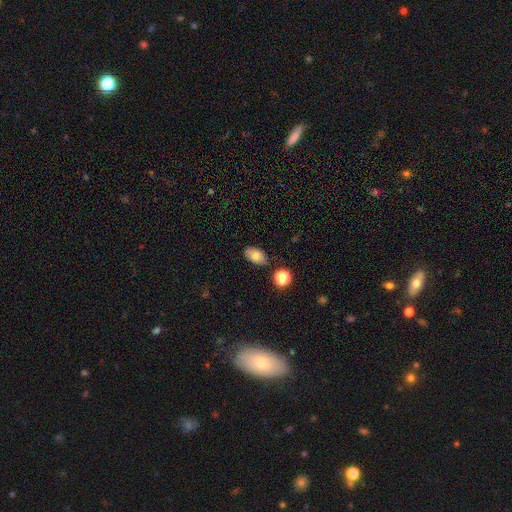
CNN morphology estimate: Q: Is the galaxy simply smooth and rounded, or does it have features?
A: smooth — 76%.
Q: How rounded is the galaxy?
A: in between — 89%.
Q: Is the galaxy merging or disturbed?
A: none — 82%.